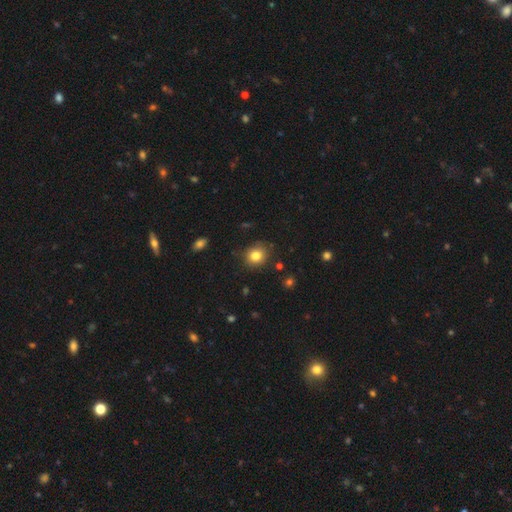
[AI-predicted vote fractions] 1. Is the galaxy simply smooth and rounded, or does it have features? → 82% smooth, 11% star or artifact, 7% featured or disk.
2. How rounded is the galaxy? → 82% round, 17% in between, 1% cigar-shaped.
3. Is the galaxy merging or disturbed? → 84% none, 12% minor disturbance, 3% major disturbance, 2% merger.